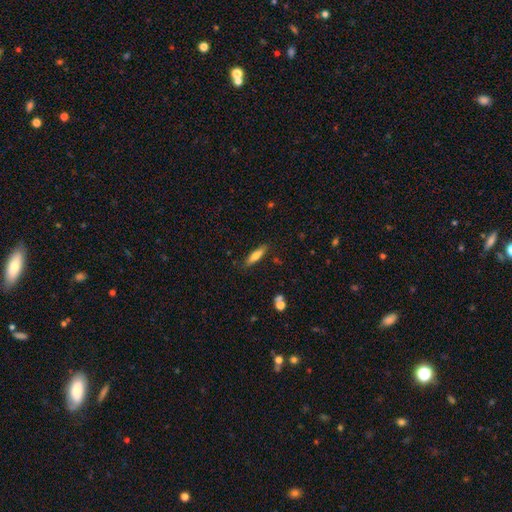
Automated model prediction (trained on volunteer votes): Q: Smooth or featured?
A: smooth (68%); runner-up: featured or disk (25%)
Q: How rounded?
A: cigar-shaped (67%); runner-up: in between (31%)
Q: Merging?
A: none (85%); runner-up: minor disturbance (11%)